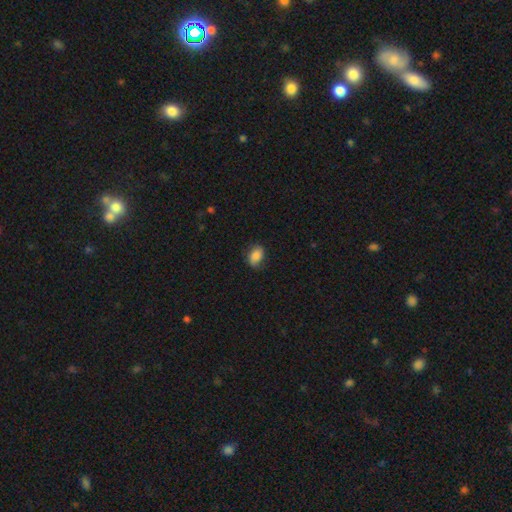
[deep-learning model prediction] This is clearly a smooth galaxy (82%). How rounded: clearly in between (81%). Merging: likely none (71%).